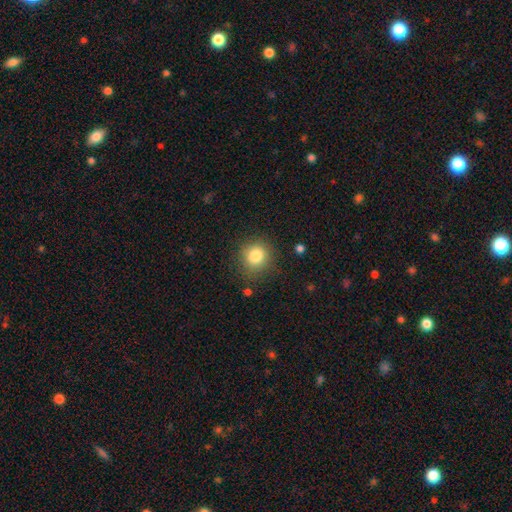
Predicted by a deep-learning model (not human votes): smooth_or_featured: smooth (p=0.82) [alt: star or artifact p=0.11]
how_rounded: round (p=0.84) [alt: in between p=0.15]
merging: none (p=0.82) [alt: minor disturbance p=0.12]